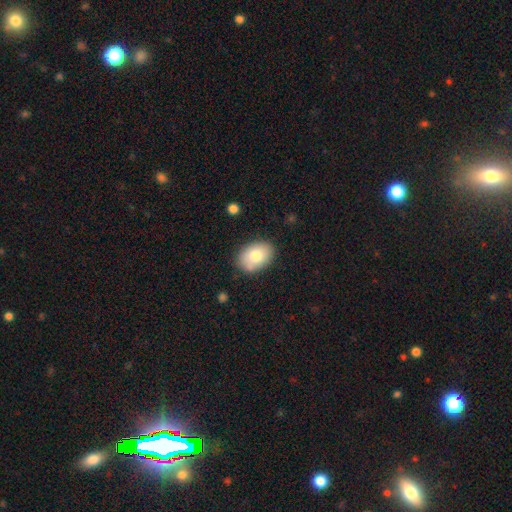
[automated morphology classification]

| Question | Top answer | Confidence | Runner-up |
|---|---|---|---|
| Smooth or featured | smooth | 78% | featured or disk (15%) |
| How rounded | in between | 82% | round (17%) |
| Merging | none | 82% | minor disturbance (13%) |